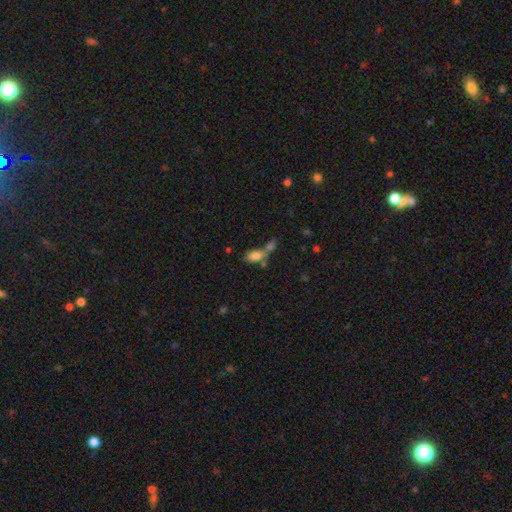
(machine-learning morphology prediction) The model was most divided on "merging": merger: 49%, none: 33%, minor disturbance: 11%, major disturbance: 7%. More confident: how rounded — in between (88%); smooth or featured — smooth (78%).